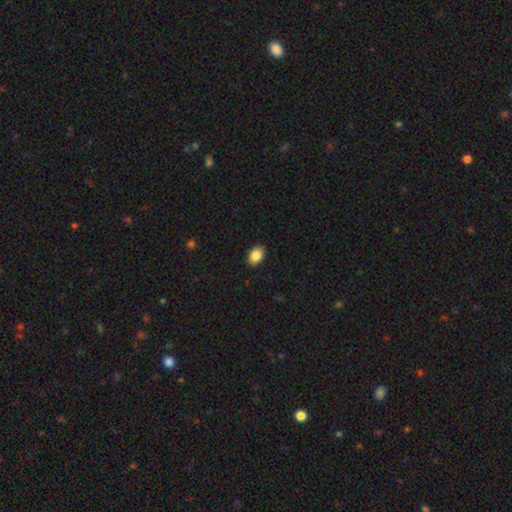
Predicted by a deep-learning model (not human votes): smooth-or-featured: smooth: 88% | star or artifact: 8% | featured or disk: 4%
  how-rounded: in between: 82% | round: 17% | cigar-shaped: 1%
  merging: none: 89% | minor disturbance: 8% | major disturbance: 2% | merger: 1%